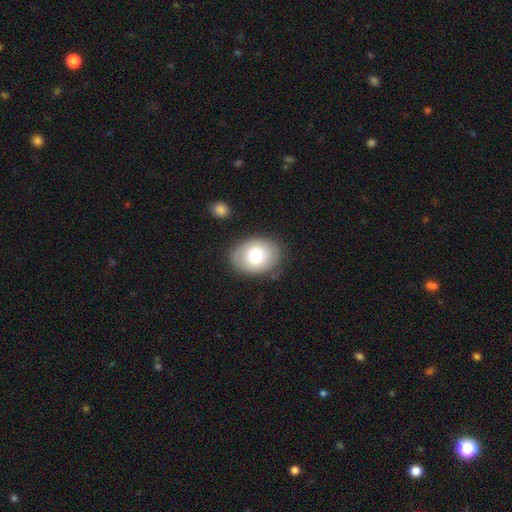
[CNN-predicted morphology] The model was most divided on "how rounded": in between: 66%, round: 33%, cigar-shaped: 1%. More confident: merging — none (81%); smooth or featured — smooth (74%).